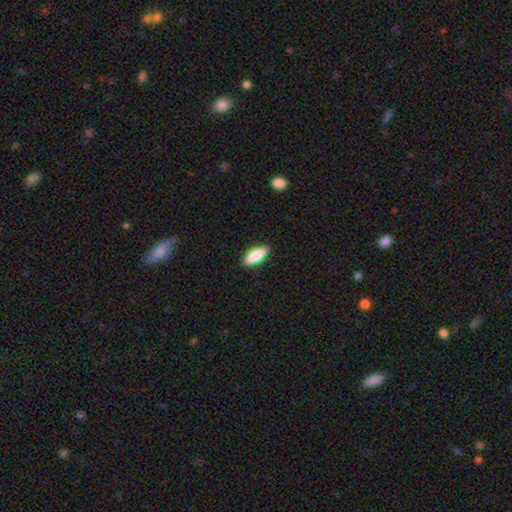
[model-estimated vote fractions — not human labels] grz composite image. It shows a smooth galaxy with no disk features (85%) that is in between round and cigar-shaped (72%). Merging: none (89%).